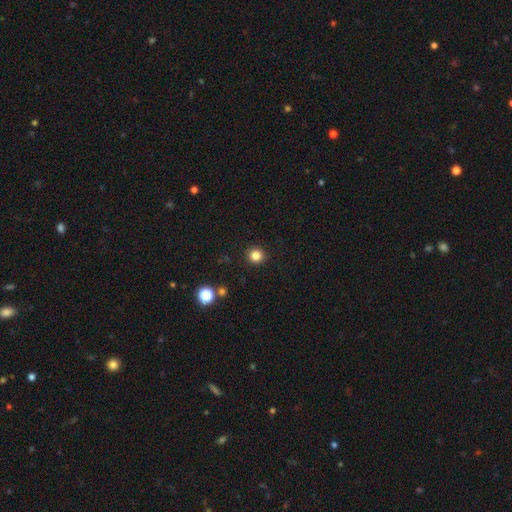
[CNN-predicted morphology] A smooth galaxy with no disk features (83%) that is round (93%).

Vote fractions:
- Smooth or featured? smooth: 83% / star or artifact: 13% / featured or disk: 4%
- How rounded? round: 93% / in between: 6% / cigar-shaped: 1%
- Merging? none: 92% / minor disturbance: 5% / major disturbance: 2% / merger: 1%